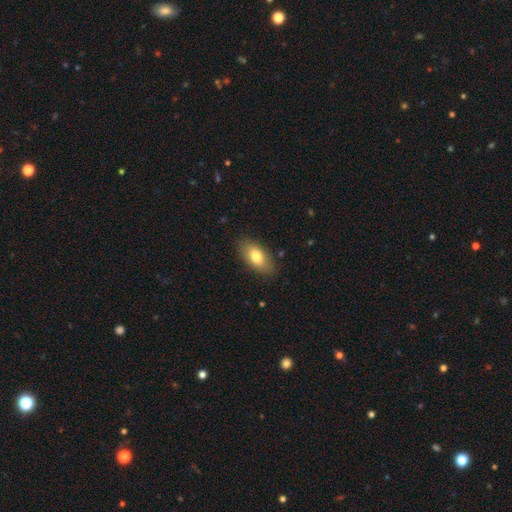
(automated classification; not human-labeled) Morphology: type=smooth (79%); roundness=in between (90%); merging=none (84%).